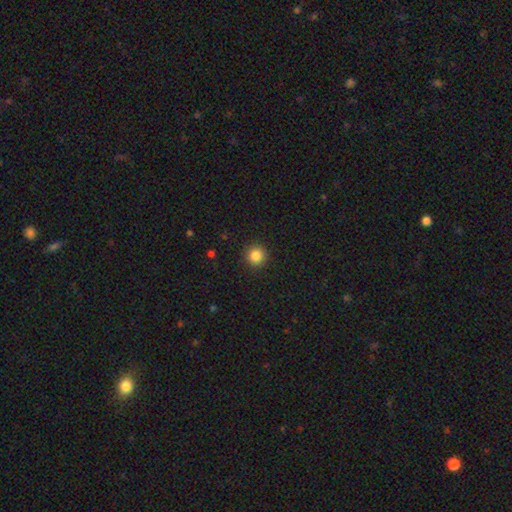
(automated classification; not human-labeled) This is clearly a smooth galaxy (85%). How rounded: clearly round (95%). Merging: clearly none (92%).